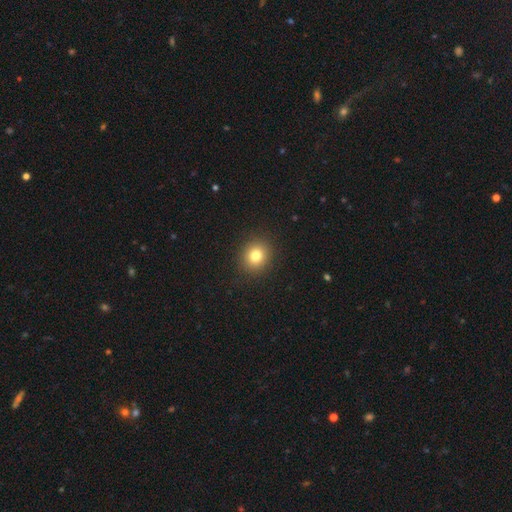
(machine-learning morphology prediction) Smooth or featured?
  - smooth: 80% *
  - star or artifact: 12%
  - featured or disk: 8%
How rounded?
  - round: 82% *
  - in between: 17%
  - cigar-shaped: 1%
Merging?
  - none: 91% *
  - minor disturbance: 6%
  - major disturbance: 2%
  - merger: 1%